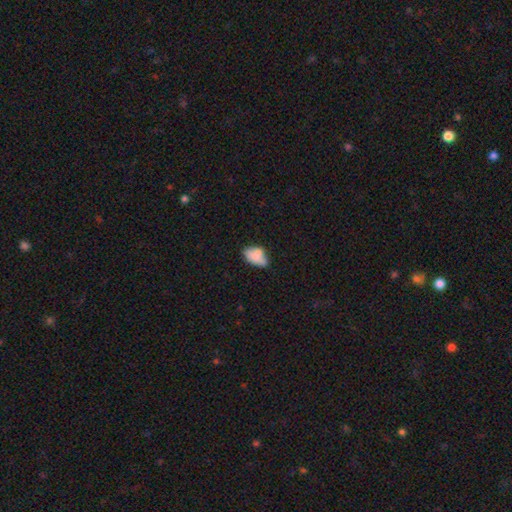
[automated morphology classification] This is likely a smooth galaxy (75%). How rounded: clearly in between (90%). Merging: possibly none (45%).